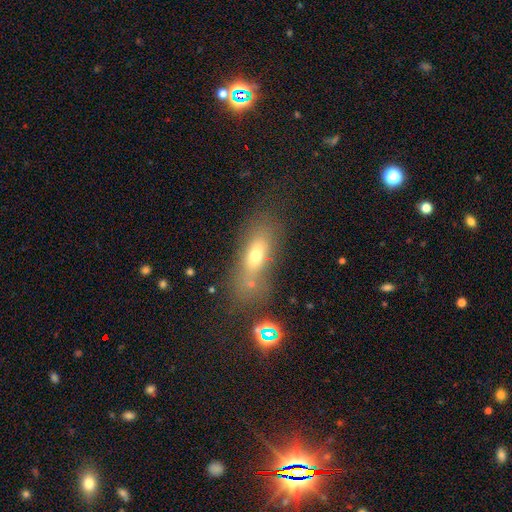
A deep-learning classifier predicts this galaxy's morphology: smooth 62%, featured or disk 21%, star or artifact 17%. Down the decision tree: how rounded — in between (66%); merging — none (54%).